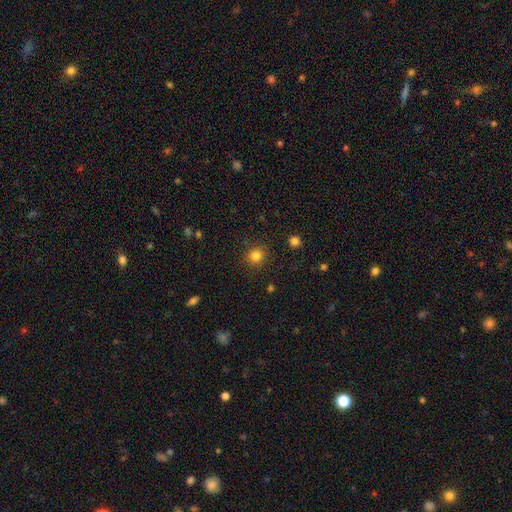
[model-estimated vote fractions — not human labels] Smooth or featured? Predicted: smooth (p=0.83). How rounded? Predicted: round (p=0.88). Merging? Predicted: none (p=0.89).